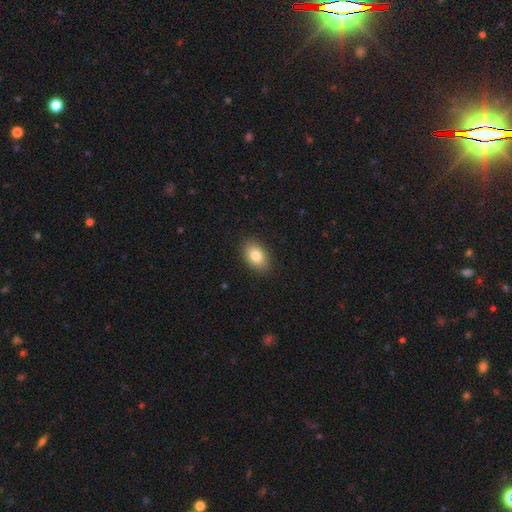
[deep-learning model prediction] smooth_or_featured: smooth (p=0.81) [alt: featured or disk p=0.10]
how_rounded: in between (p=0.87) [alt: round p=0.12]
merging: none (p=0.88) [alt: minor disturbance p=0.09]